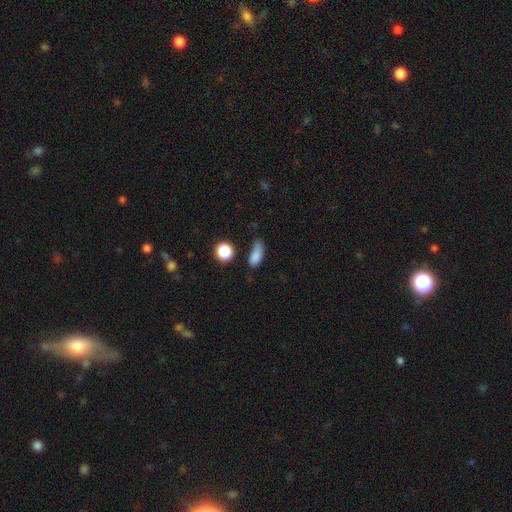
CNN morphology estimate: smooth_or_featured: smooth (p=0.80) [alt: star or artifact p=0.12]
how_rounded: in between (p=0.71) [alt: cigar-shaped p=0.17]
merging: none (p=0.43) [alt: minor disturbance p=0.34]